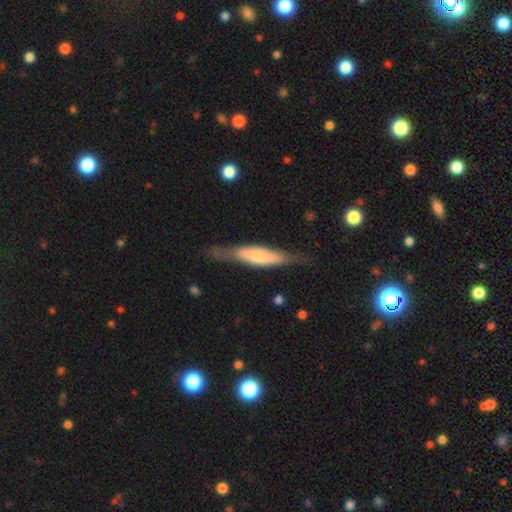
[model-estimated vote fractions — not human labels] Q: Smooth or featured?
A: featured or disk (52%); runner-up: smooth (43%)
Q: Edge-on disk?
A: yes (85%); runner-up: no (15%)
Q: Merging?
A: none (75%); runner-up: minor disturbance (18%)